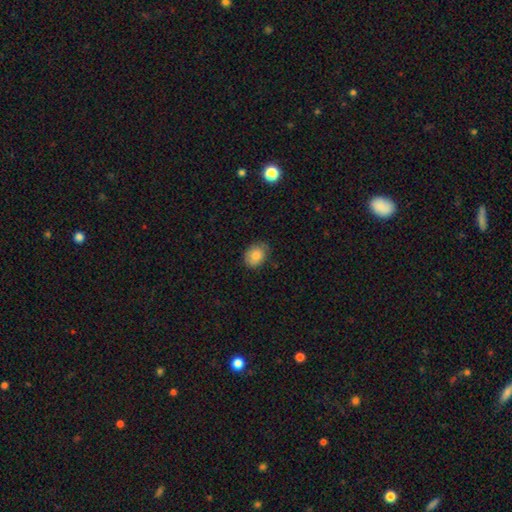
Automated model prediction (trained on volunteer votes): A smooth galaxy with no disk features (82%) that is in between round and cigar-shaped (67%).

Vote fractions:
- Smooth or featured? smooth: 82% / featured or disk: 11% / star or artifact: 8%
- How rounded? in between: 67% / round: 32% / cigar-shaped: 1%
- Merging? none: 74% / minor disturbance: 21% / major disturbance: 4% / merger: 1%